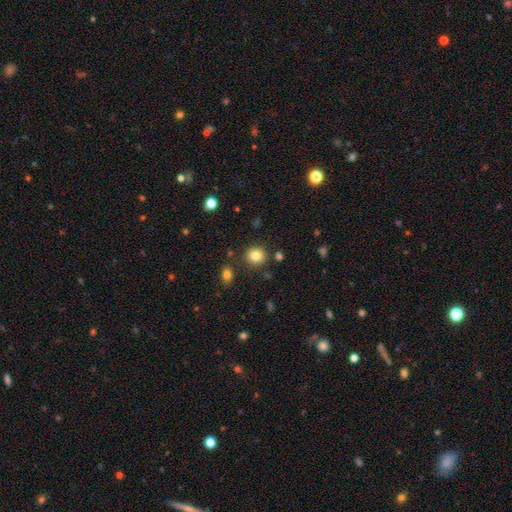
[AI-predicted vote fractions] Morphology: type=smooth (83%); roundness=round (89%); merging=none (87%).